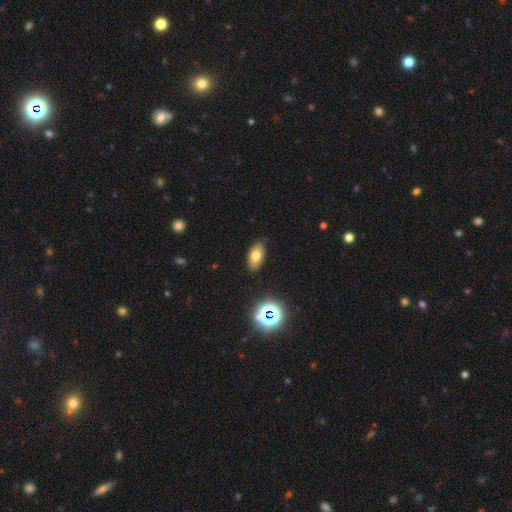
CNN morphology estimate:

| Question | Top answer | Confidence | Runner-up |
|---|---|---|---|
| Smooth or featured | smooth | 75% | star or artifact (13%) |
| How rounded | in between | 90% | cigar-shaped (5%) |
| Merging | none | 87% | minor disturbance (10%) |